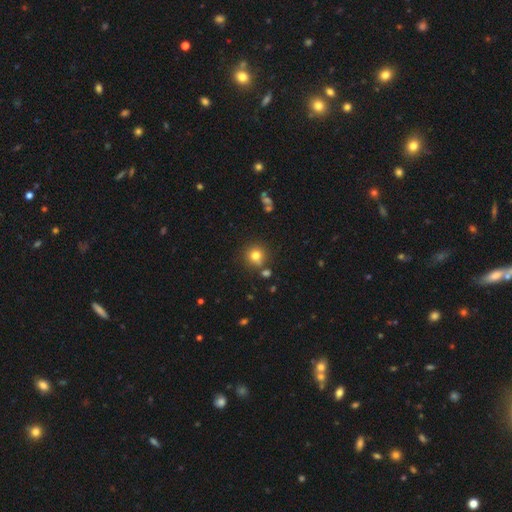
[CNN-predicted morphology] The model was most divided on "smooth or featured": smooth: 77%, star or artifact: 14%, featured or disk: 9%. More confident: how rounded — round (90%); merging — none (76%).